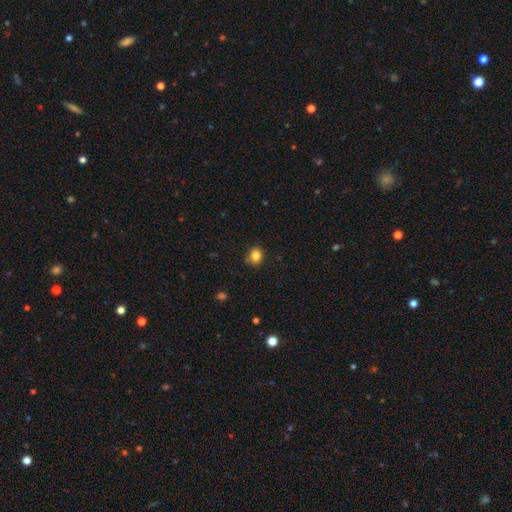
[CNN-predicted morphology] This is clearly a smooth galaxy (84%). How rounded: likely round (70%). Merging: clearly none (81%).